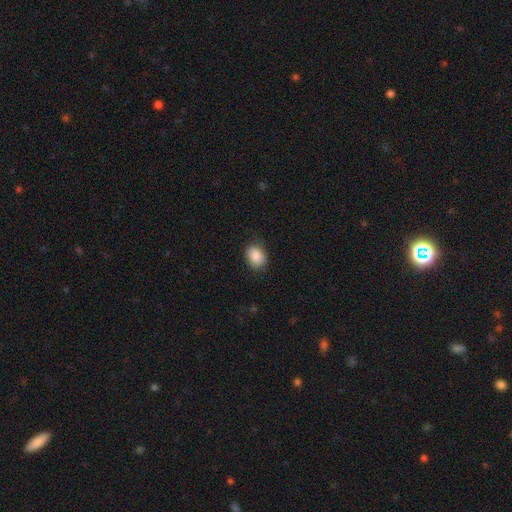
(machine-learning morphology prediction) Smooth or featured?
  - smooth: 87% *
  - star or artifact: 8%
  - featured or disk: 5%
How rounded?
  - in between: 62% *
  - round: 37%
  - cigar-shaped: 1%
Merging?
  - none: 80% *
  - minor disturbance: 15%
  - major disturbance: 4%
  - merger: 1%